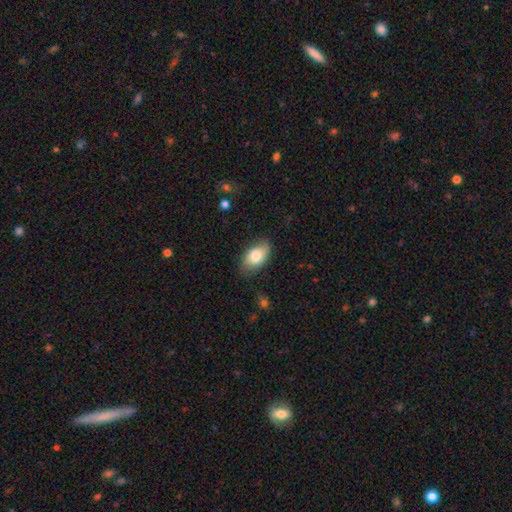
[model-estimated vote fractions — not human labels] Morphology: type=smooth (80%); roundness=in between (93%); merging=none (76%).